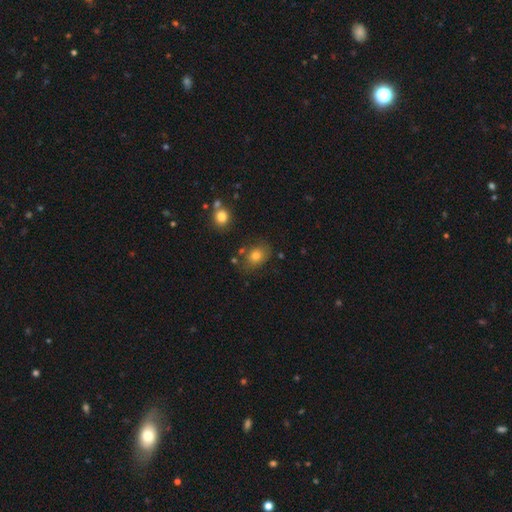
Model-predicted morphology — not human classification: Overall: smooth (76%). How rounded: in between (56%; round 43%). Merging: none (70%).